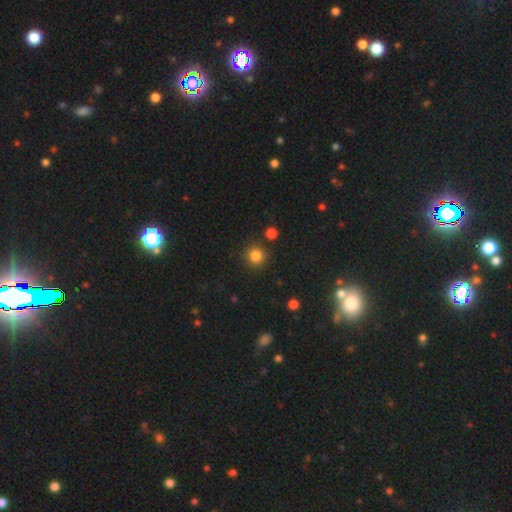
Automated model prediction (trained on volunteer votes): Overall: smooth (83%). How rounded: round (94%). Merging: none (88%).